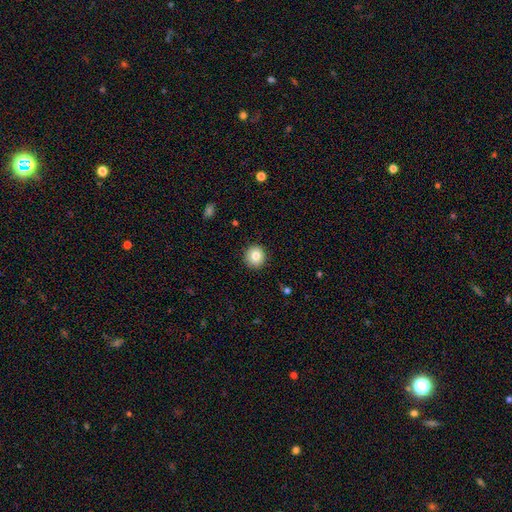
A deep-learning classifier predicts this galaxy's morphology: Smooth or featured? Predicted: smooth (p=0.82). How rounded? Predicted: round (p=0.93). Merging? Predicted: none (p=0.91).